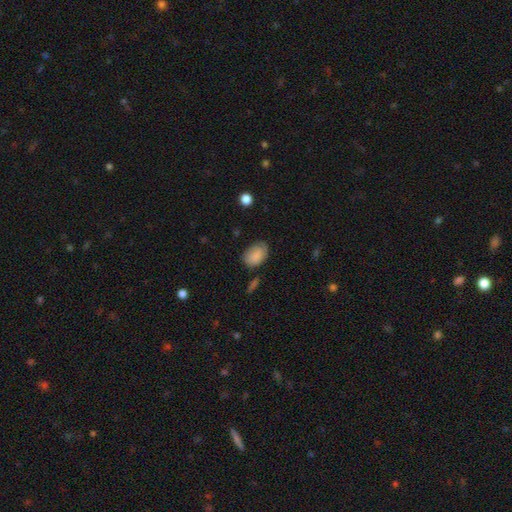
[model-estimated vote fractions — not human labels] smooth 83%, featured or disk 9%, star or artifact 8%. Down the decision tree: how rounded — in between (84%); merging — none (62%).